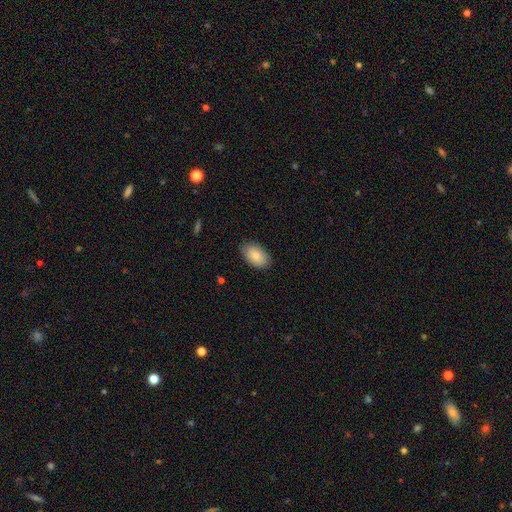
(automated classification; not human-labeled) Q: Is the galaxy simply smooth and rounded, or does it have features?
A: smooth — 85%.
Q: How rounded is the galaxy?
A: in between — 93%.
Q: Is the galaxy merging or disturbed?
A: none — 86%.